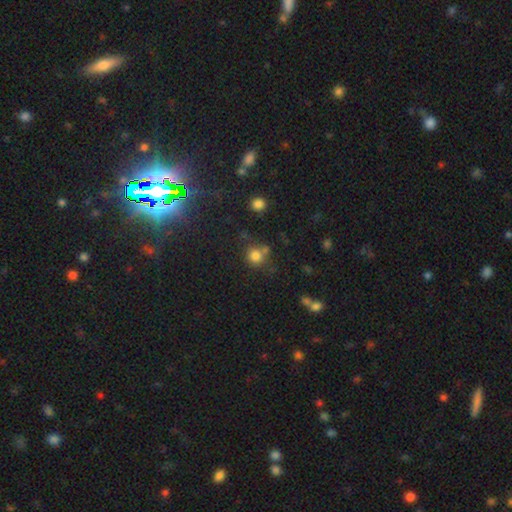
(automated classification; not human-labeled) A smooth galaxy with no disk features (77%) that is round (89%).

Vote fractions:
- Smooth or featured? smooth: 77% / star or artifact: 15% / featured or disk: 8%
- How rounded? round: 89% / in between: 10% / cigar-shaped: 1%
- Merging? none: 62% / merger: 20% / minor disturbance: 12% / major disturbance: 5%